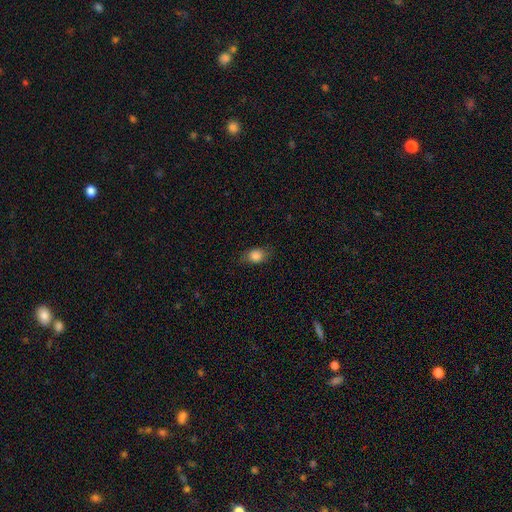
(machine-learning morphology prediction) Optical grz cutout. It shows a smooth galaxy with no disk features (84%) that is in between round and cigar-shaped (59%). Merging: none (76%).